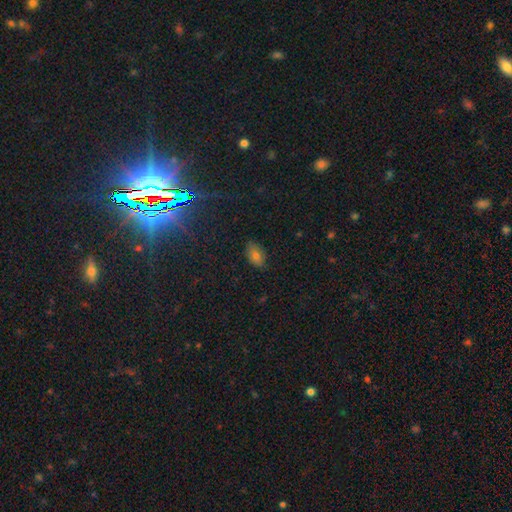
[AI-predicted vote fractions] Morphology: type=smooth (68%); roundness=in between (91%); merging=none (83%).